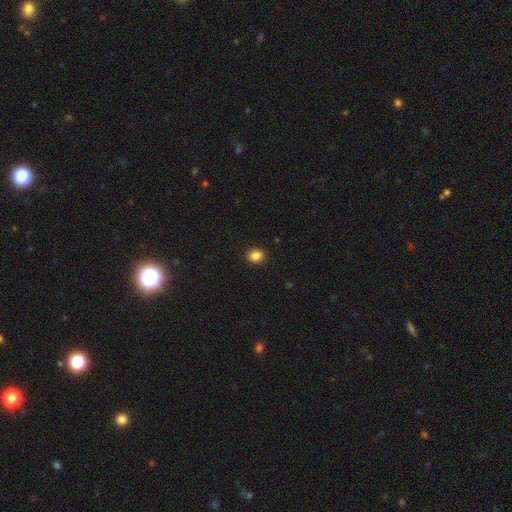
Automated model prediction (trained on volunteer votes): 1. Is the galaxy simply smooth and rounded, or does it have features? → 86% smooth, 10% star or artifact, 4% featured or disk.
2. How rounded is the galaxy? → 58% round, 41% in between, 1% cigar-shaped.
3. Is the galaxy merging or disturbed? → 92% none, 6% minor disturbance, 2% major disturbance, 1% merger.